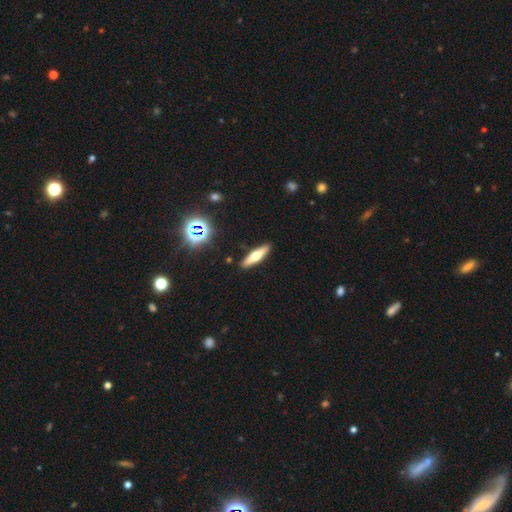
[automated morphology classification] Q: Smooth or featured?
A: featured or disk (52%); runner-up: smooth (40%)
Q: Edge-on disk?
A: yes (92%); runner-up: no (8%)
Q: Merging?
A: none (90%); runner-up: minor disturbance (7%)